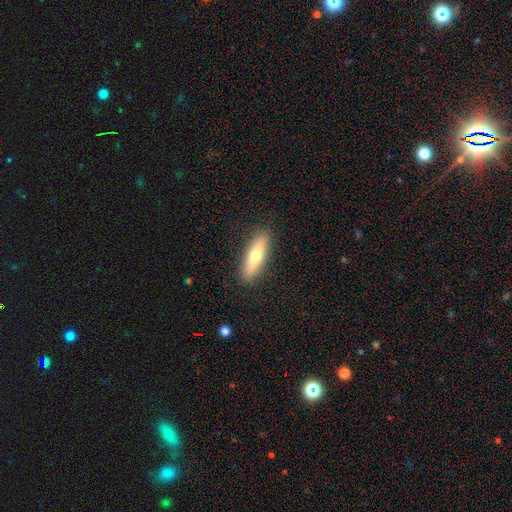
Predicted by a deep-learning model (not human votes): The model was most divided on "how rounded": cigar-shaped: 61%, in between: 37%, round: 2%. More confident: merging — none (89%); smooth or featured — smooth (63%).